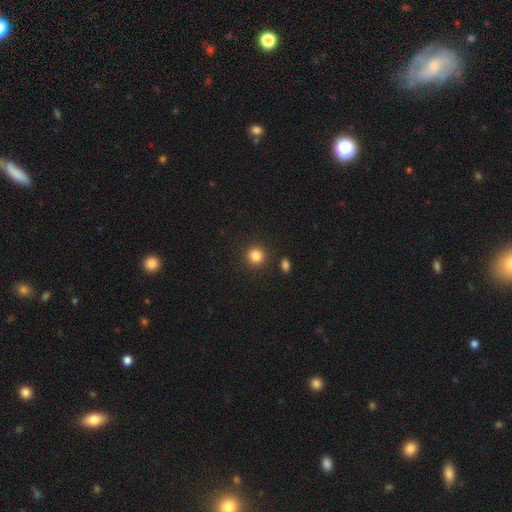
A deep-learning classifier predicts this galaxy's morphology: Overall: smooth (85%). How rounded: round (91%). Merging: none (88%).